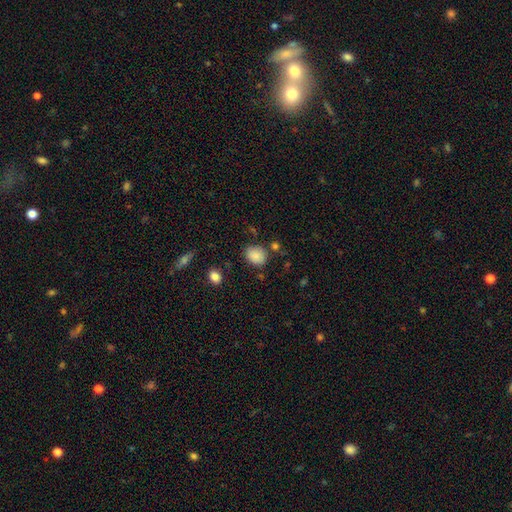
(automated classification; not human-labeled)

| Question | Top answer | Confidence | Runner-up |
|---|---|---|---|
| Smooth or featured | smooth | 85% | star or artifact (9%) |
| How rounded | in between | 51% | round (48%) |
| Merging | none | 77% | minor disturbance (15%) |